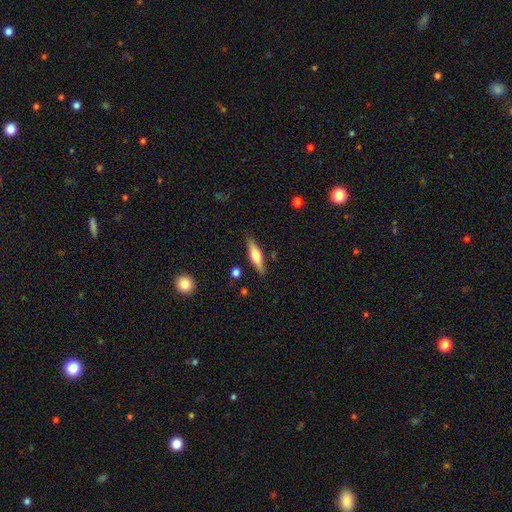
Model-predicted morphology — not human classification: The model was most divided on "smooth or featured": smooth: 51%, featured or disk: 43%, star or artifact: 6%. More confident: merging — none (86%); how rounded — cigar-shaped (70%).